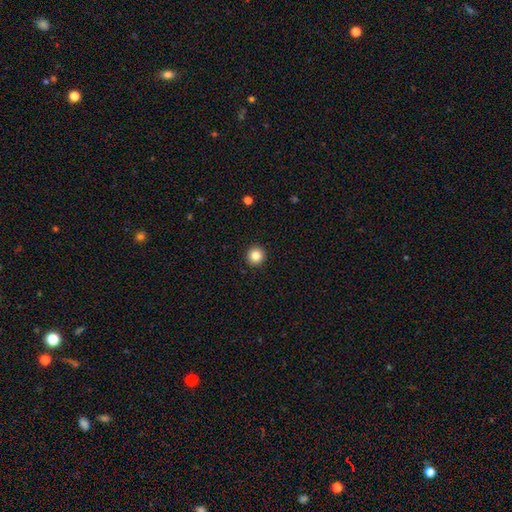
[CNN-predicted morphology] smooth-or-featured: smooth: 84% | star or artifact: 11% | featured or disk: 6%
  how-rounded: round: 95% | in between: 4% | cigar-shaped: 1%
  merging: none: 93% | minor disturbance: 4% | major disturbance: 1% | merger: 1%